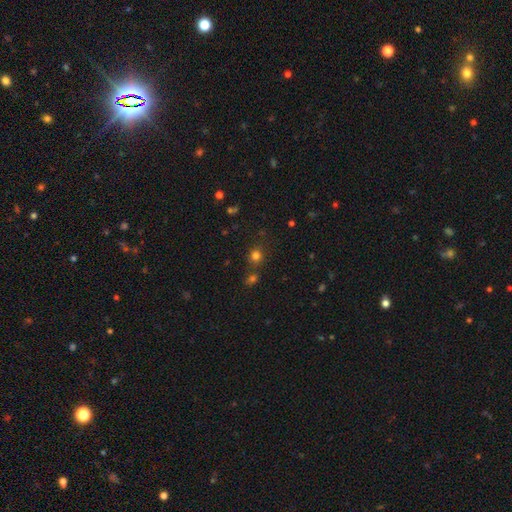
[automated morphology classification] This is likely a smooth galaxy (74%). How rounded: clearly round (85%). Merging: likely none (74%).